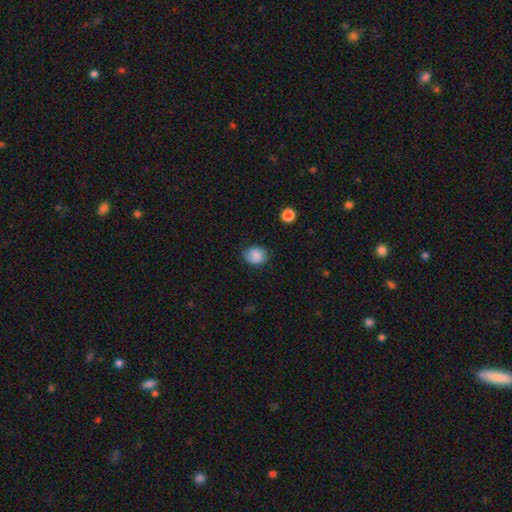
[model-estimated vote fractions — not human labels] smooth_or_featured: smooth (p=0.84) [alt: star or artifact p=0.09]
how_rounded: round (p=0.62) [alt: in between p=0.37]
merging: none (p=0.73) [alt: minor disturbance p=0.21]